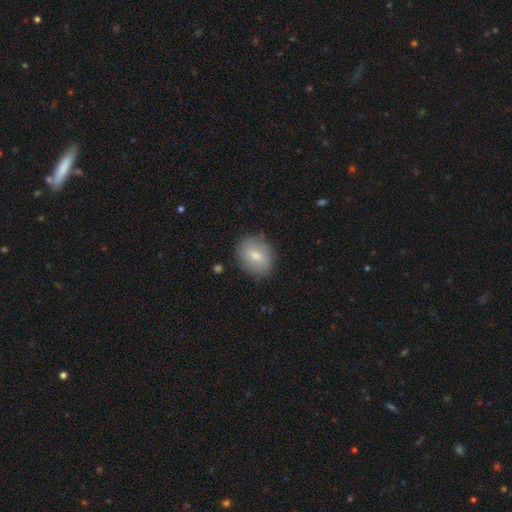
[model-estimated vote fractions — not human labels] The model was most divided on "how rounded": in between: 55%, round: 43%, cigar-shaped: 1%. More confident: merging — none (84%); smooth or featured — smooth (73%).